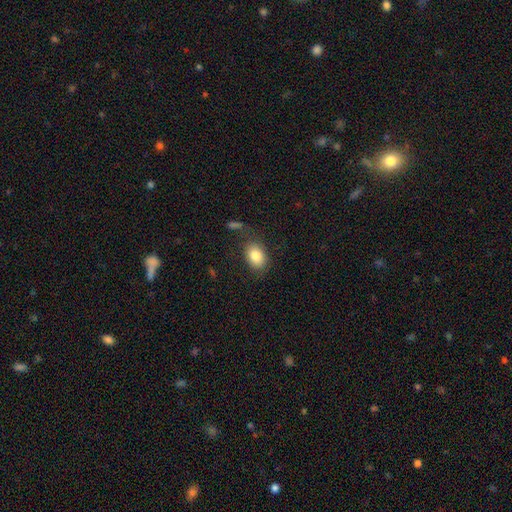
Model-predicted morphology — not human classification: smooth-or-featured: smooth: 83% | featured or disk: 9% | star or artifact: 8%
  how-rounded: in between: 75% | round: 24% | cigar-shaped: 1%
  merging: none: 75% | minor disturbance: 15% | major disturbance: 6% | merger: 4%